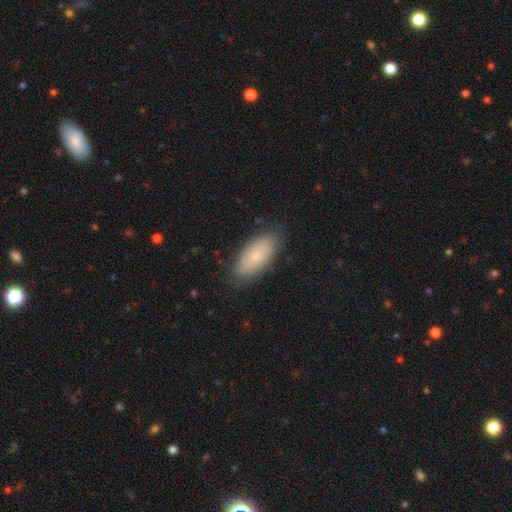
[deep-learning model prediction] smooth-or-featured: smooth: 74% | featured or disk: 19% | star or artifact: 7%
  how-rounded: in between: 88% | cigar-shaped: 9% | round: 2%
  merging: none: 83% | minor disturbance: 13% | major disturbance: 3% | merger: 1%